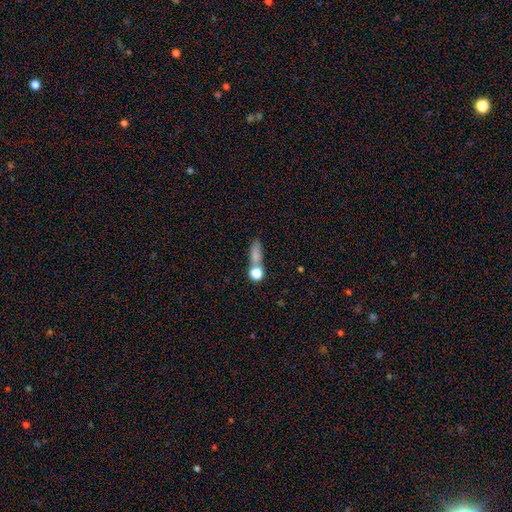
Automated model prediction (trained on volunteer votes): A smooth galaxy with no disk features (73%) that is in between round and cigar-shaped (39%).

Vote fractions:
- Smooth or featured? smooth: 73% / star or artifact: 15% / featured or disk: 12%
- How rounded? in between: 39% / cigar-shaped: 36% / round: 26%
- Merging? none: 53% / merger: 26% / minor disturbance: 13% / major disturbance: 8%